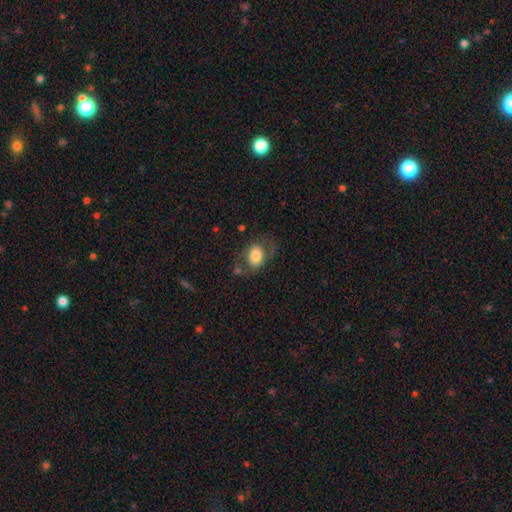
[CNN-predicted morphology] A smooth galaxy with no disk features (69%) that is in between round and cigar-shaped (74%). Merging: none (55%).